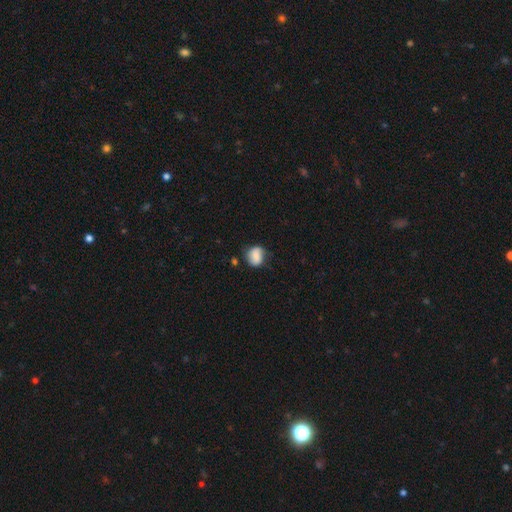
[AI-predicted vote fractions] This appears to be a smooth galaxy with no disk features (70%) that is round (56%). Merging: none (60%).